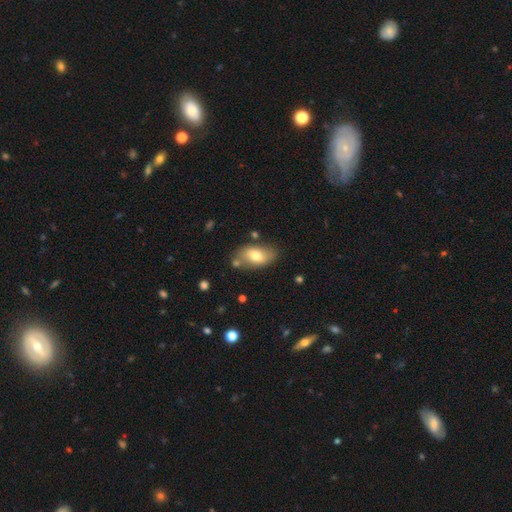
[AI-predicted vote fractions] Morphology: type=smooth (69%); roundness=in between (91%); merging=none (72%).